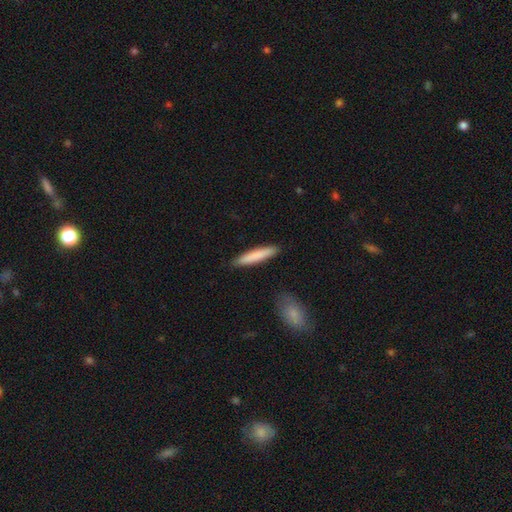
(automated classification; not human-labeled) Smooth or featured? Predicted: smooth (p=0.80). How rounded? Predicted: cigar-shaped (p=0.90). Merging? Predicted: none (p=0.89).